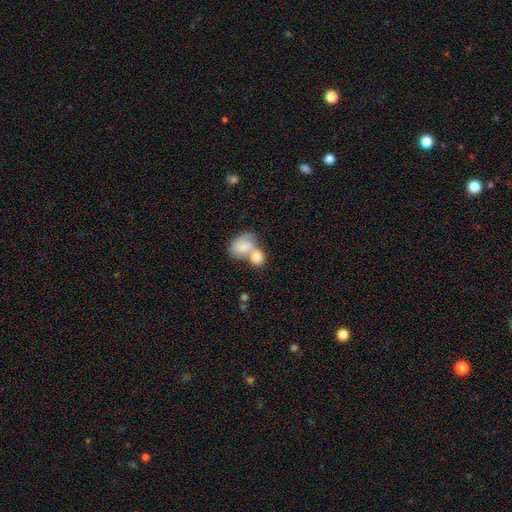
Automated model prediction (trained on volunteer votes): The model was most divided on "smooth or featured": smooth: 63%, featured or disk: 24%, star or artifact: 13%. More confident: how rounded — in between (70%); merging — merger (62%).